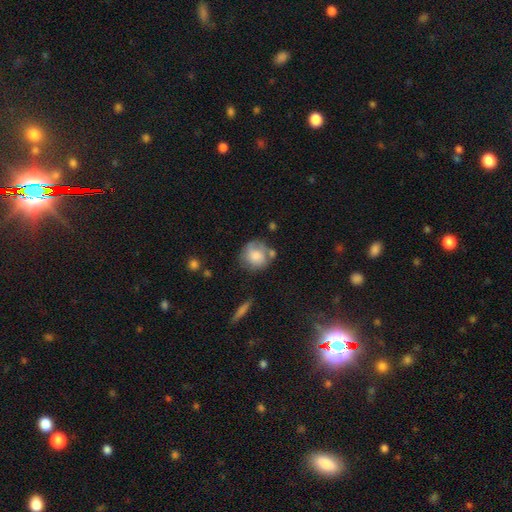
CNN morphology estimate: This appears to be a smooth galaxy with no disk features (73%) that is round (84%). Merging: none (54%).